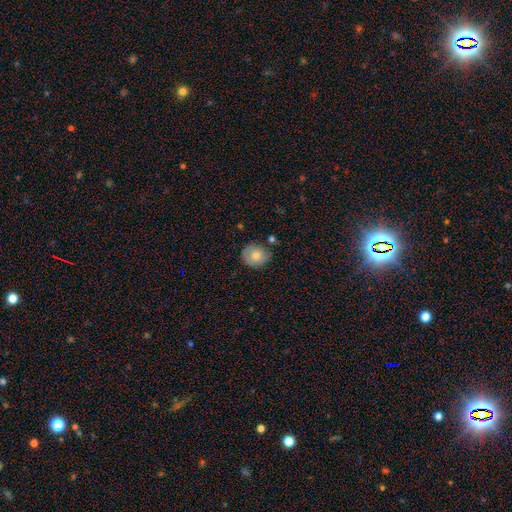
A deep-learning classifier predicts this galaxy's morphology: Smooth or featured?
  - smooth: 74% *
  - featured or disk: 17%
  - star or artifact: 8%
How rounded?
  - round: 79% *
  - in between: 20%
  - cigar-shaped: 1%
Merging?
  - none: 73% *
  - minor disturbance: 19%
  - merger: 4%
  - major disturbance: 4%